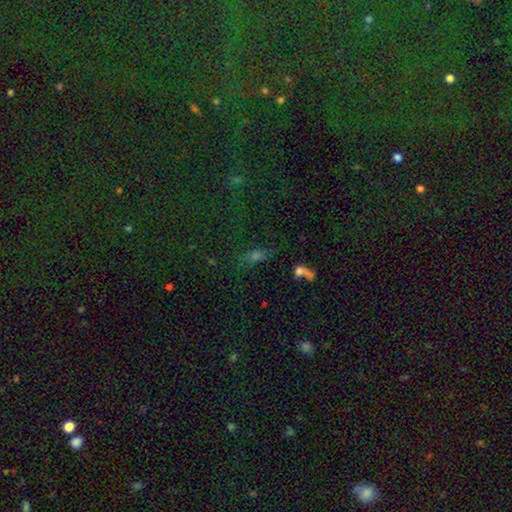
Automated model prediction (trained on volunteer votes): This is possibly a smooth galaxy (48%). Merging: likely none (62%).